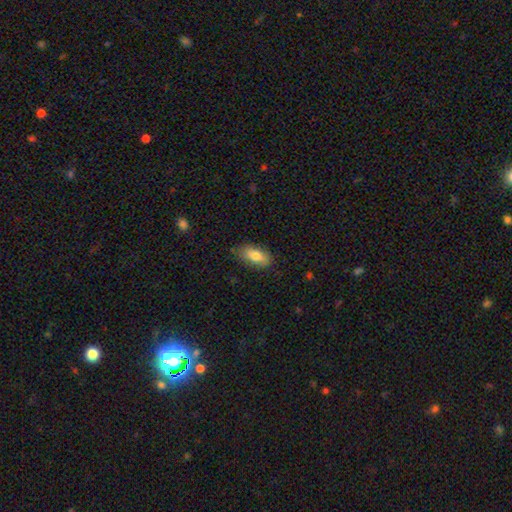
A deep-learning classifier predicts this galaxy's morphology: smooth 75%, featured or disk 18%, star or artifact 7%. Down the decision tree: how rounded — in between (85%); merging — none (80%).